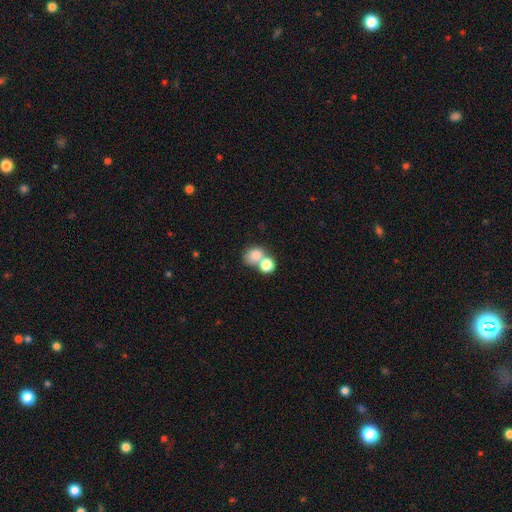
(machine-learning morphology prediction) Smooth or featured?
  - smooth: 79% *
  - star or artifact: 11%
  - featured or disk: 10%
How rounded?
  - round: 61% *
  - in between: 38%
  - cigar-shaped: 1%
Merging?
  - merger: 52% *
  - none: 36%
  - minor disturbance: 8%
  - major disturbance: 4%